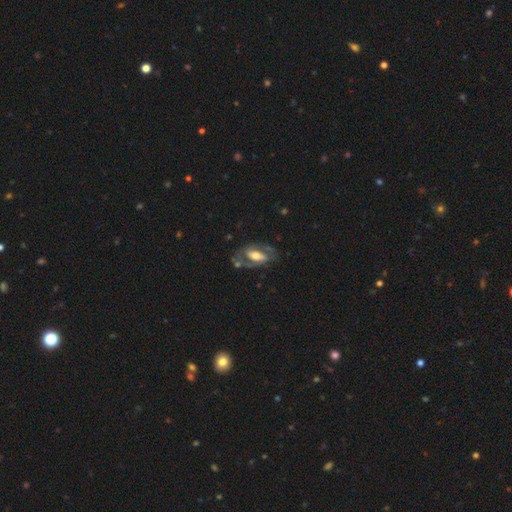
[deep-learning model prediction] featured or disk 63%, smooth 31%, star or artifact 6%. Down the decision tree: edge-on disk — no (87%); bar — no (40%); spiral arms — yes (52%); bulge size — moderate (58%); merging — none (53%).